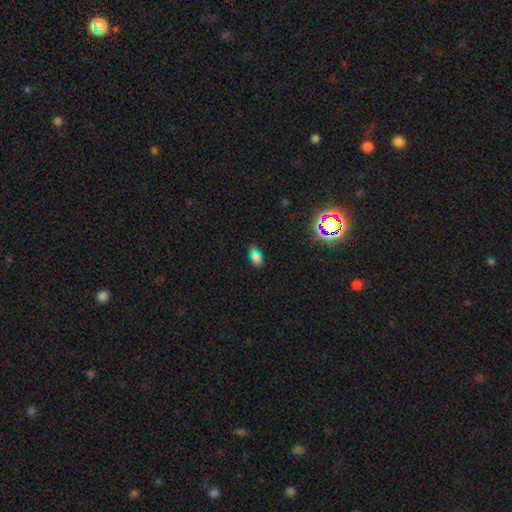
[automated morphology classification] A smooth galaxy with no disk features (62%) that is in between round and cigar-shaped (77%).

Vote fractions:
- Smooth or featured? smooth: 62% / star or artifact: 29% / featured or disk: 9%
- How rounded? in between: 77% / round: 14% / cigar-shaped: 9%
- Merging? none: 61% / minor disturbance: 19% / merger: 11% / major disturbance: 9%